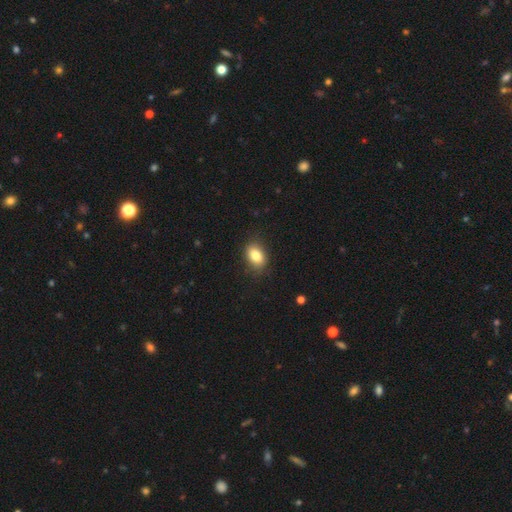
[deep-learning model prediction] A smooth galaxy with no disk features (83%) that is in between round and cigar-shaped (80%). Merging: none (83%).